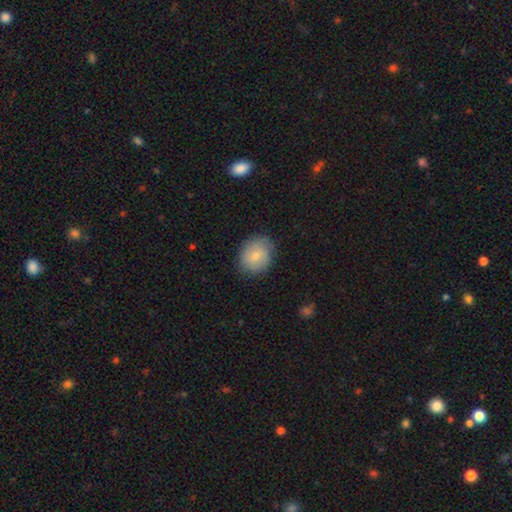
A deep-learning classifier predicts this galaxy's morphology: smooth_or_featured: smooth (p=0.76) [alt: featured or disk p=0.16]
how_rounded: round (p=0.72) [alt: in between p=0.27]
merging: none (p=0.81) [alt: minor disturbance p=0.14]